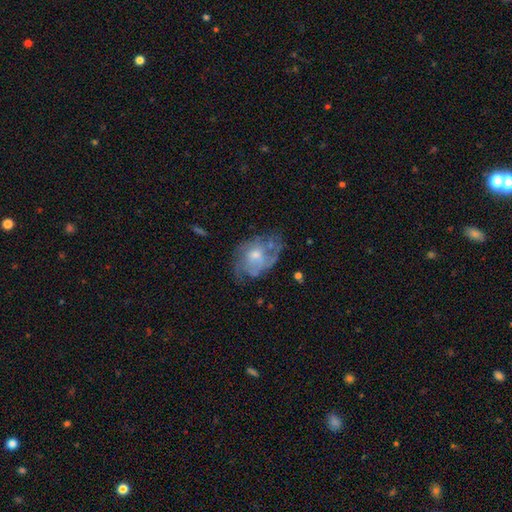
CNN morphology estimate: Q: Smooth or featured?
A: featured or disk (70%); runner-up: smooth (22%)
Q: Edge-on disk?
A: no (96%); runner-up: yes (4%)
Q: Bar?
A: no (76%); runner-up: weak (21%)
Q: Spiral arms?
A: yes (71%); runner-up: no (29%)
Q: Bulge size?
A: moderate (52%); runner-up: small (38%)
Q: Merging?
A: none (55%); runner-up: minor disturbance (25%)